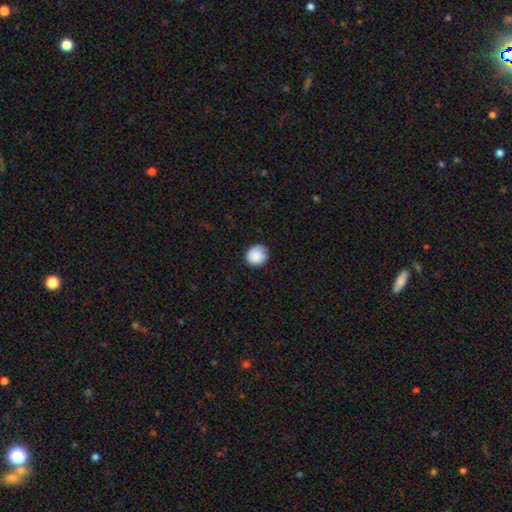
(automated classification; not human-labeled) A smooth galaxy with no disk features (87%) that is round (91%). Merging: none (82%).